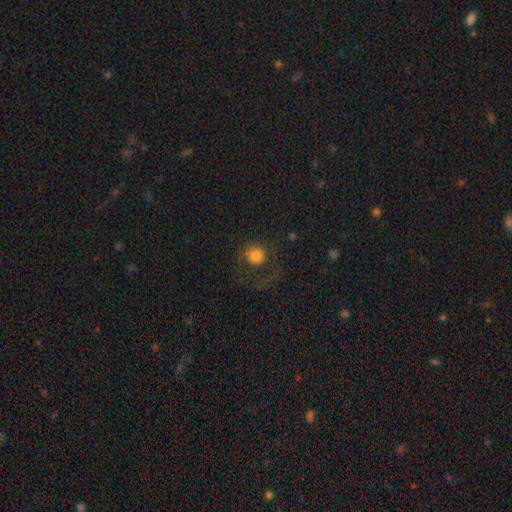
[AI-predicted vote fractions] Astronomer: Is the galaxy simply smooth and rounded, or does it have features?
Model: smooth — 72%.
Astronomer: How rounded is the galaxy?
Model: round — 90%.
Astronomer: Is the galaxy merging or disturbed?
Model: none — 55%.